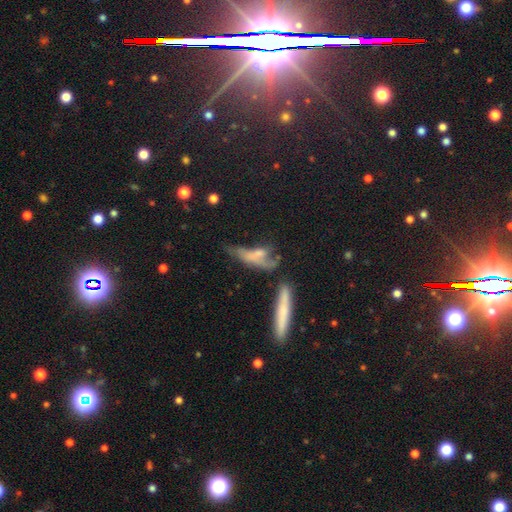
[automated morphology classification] type=smooth (48%); merging=none (27%, tied with major disturbance).